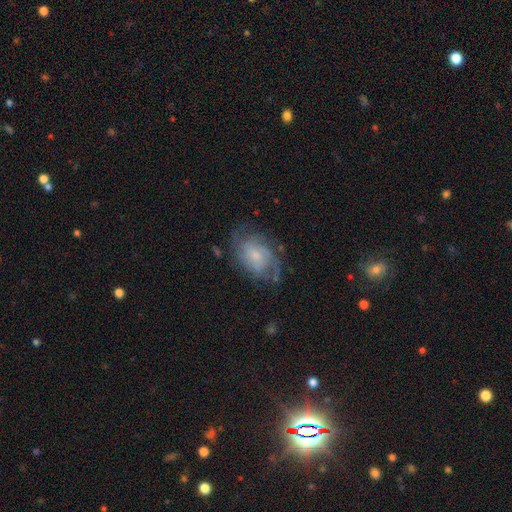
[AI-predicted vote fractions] featured or disk 71%, smooth 22%, star or artifact 7%. Down the decision tree: edge-on disk — no (97%); bar — no (63%); spiral arms — yes (87%); spiral arm count — can't tell (39%); spiral winding — tight (43%); bulge size — small (60%); merging — none (63%).